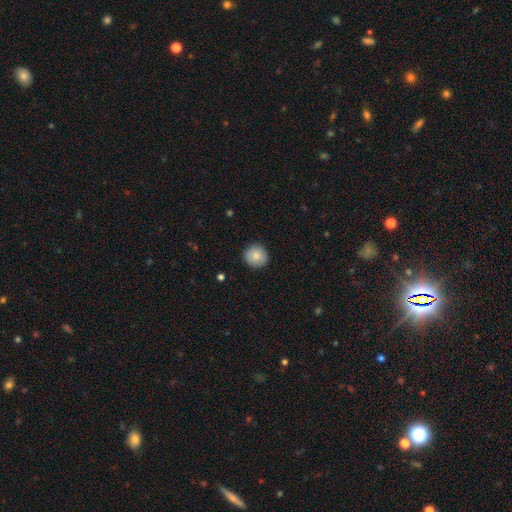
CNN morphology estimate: Smooth or featured? Predicted: smooth (p=0.84). How rounded? Predicted: round (p=0.93). Merging? Predicted: none (p=0.89).